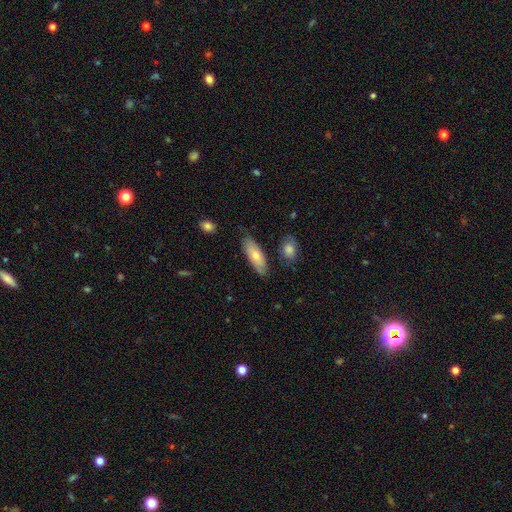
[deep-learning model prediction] smooth_or_featured: smooth (p=0.71) [alt: featured or disk p=0.23]
how_rounded: in between (p=0.66) [alt: cigar-shaped p=0.32]
merging: none (p=0.76) [alt: minor disturbance p=0.18]